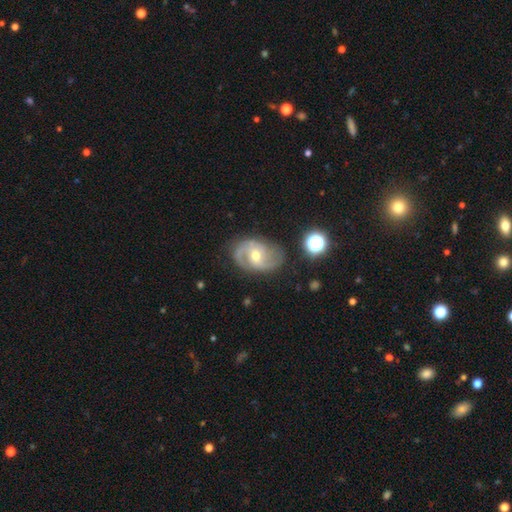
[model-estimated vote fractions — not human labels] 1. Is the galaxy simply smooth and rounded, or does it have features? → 84% featured or disk, 10% smooth, 7% star or artifact.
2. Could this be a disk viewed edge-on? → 97% no, 3% yes.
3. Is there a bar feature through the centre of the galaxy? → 46% no, 42% weak, 12% strong.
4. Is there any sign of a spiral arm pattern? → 95% yes, 5% no.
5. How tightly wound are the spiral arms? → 52% medium, 27% tight, 21% loose.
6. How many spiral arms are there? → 79% 2, 8% can't tell, 7% 3, 3% 1, 2% 4, 2% more than 4.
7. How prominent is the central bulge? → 58% moderate, 38% small, 2% large, 1% none, 1% dominant.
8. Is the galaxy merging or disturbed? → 74% none, 18% minor disturbance, 7% major disturbance, 2% merger.